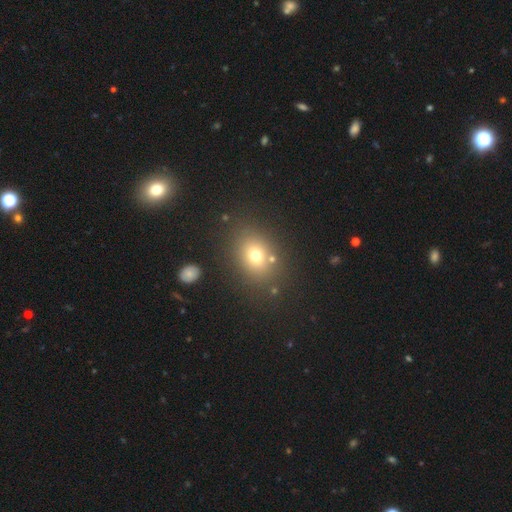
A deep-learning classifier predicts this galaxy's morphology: The model was most divided on "how rounded": in between: 55%, round: 44%, cigar-shaped: 1%. More confident: merging — none (79%); smooth or featured — smooth (71%).